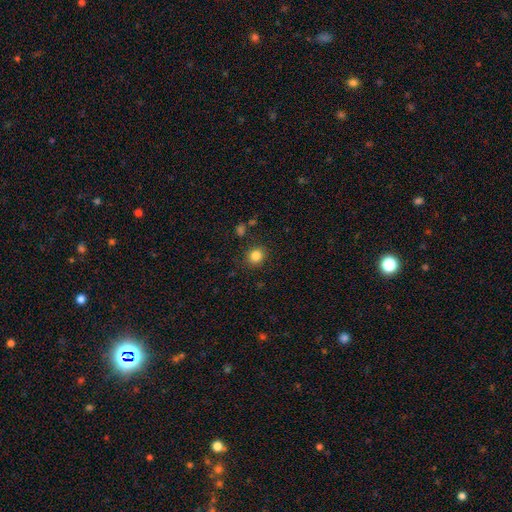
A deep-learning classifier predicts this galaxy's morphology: type=smooth (84%); roundness=round (81%); merging=none (87%).